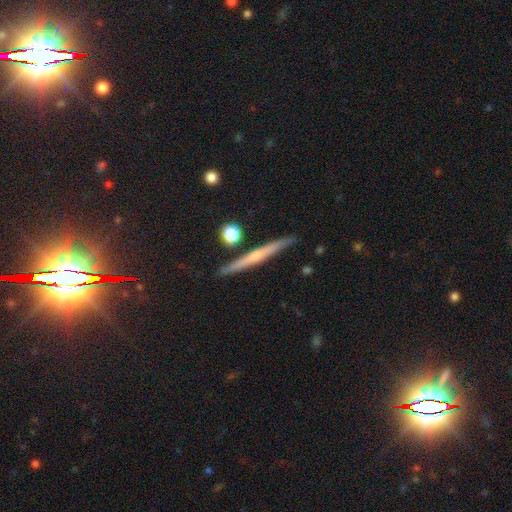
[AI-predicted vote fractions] The model was most divided on "smooth or featured": featured or disk: 52%, smooth: 40%, star or artifact: 8%. More confident: edge-on disk — yes (97%); merging — none (89%); edge-on bulge — none (55%).